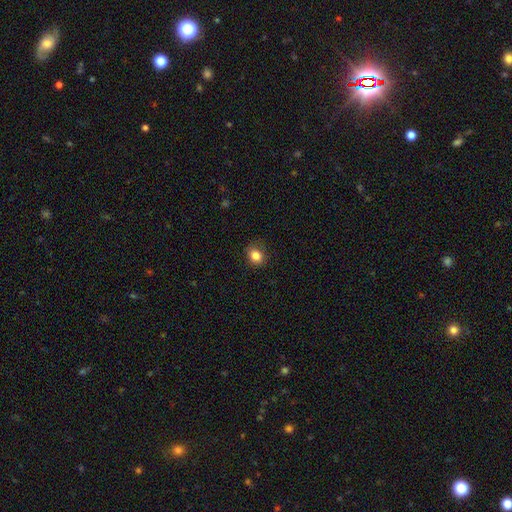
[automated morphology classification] A smooth galaxy with no disk features (84%) that is round (65%).

Vote fractions:
- Smooth or featured? smooth: 84% / star or artifact: 11% / featured or disk: 6%
- How rounded? round: 65% / in between: 34% / cigar-shaped: 1%
- Merging? none: 81% / minor disturbance: 14% / major disturbance: 4% / merger: 1%